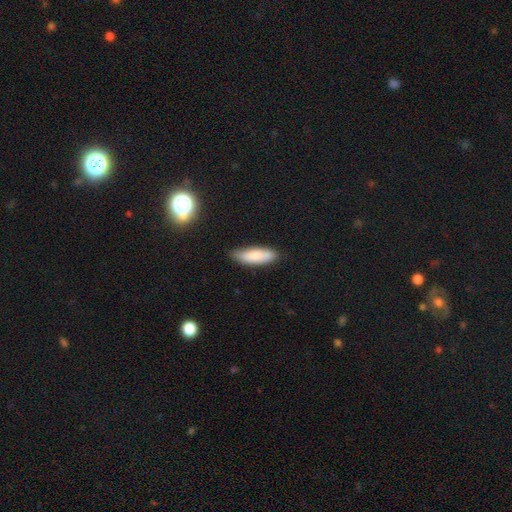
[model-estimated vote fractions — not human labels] A smooth galaxy with no disk features (84%) that is in between round and cigar-shaped (59%).

Vote fractions:
- Smooth or featured? smooth: 84% / featured or disk: 10% / star or artifact: 6%
- How rounded? in between: 59% / cigar-shaped: 40% / round: 2%
- Merging? none: 80% / minor disturbance: 16% / major disturbance: 2% / merger: 2%